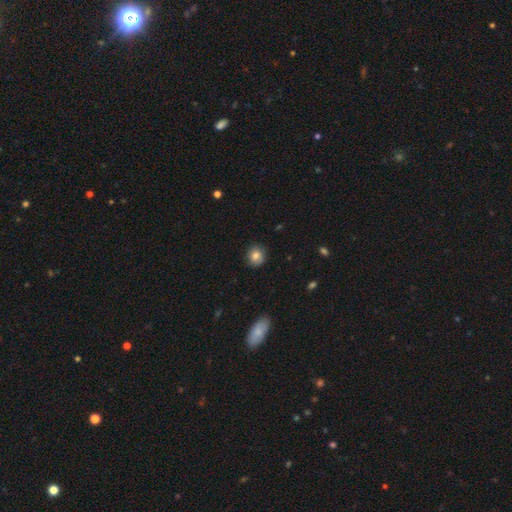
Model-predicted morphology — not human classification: Smooth or featured? smooth (81%)
How rounded? round (80%)
Merging? none (84%)